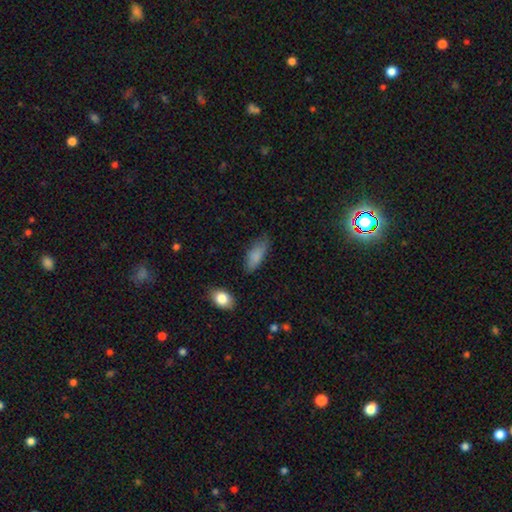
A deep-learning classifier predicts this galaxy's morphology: Smooth or featured? Predicted: smooth (p=0.84). How rounded? Predicted: in between (p=0.78). Merging? Predicted: none (p=0.70).